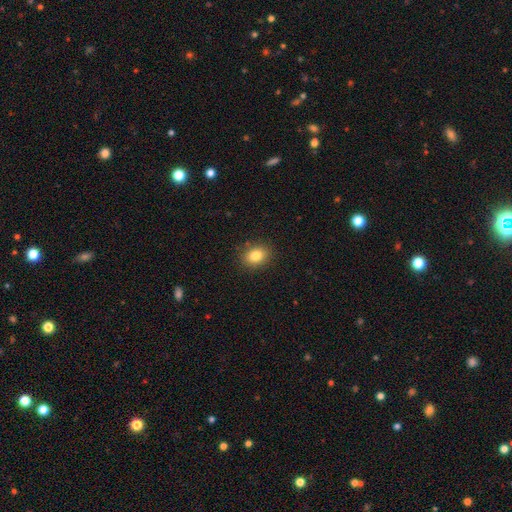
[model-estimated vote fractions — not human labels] A smooth galaxy with no disk features (83%) that is in between round and cigar-shaped (65%).

Vote fractions:
- Smooth or featured? smooth: 83% / star or artifact: 10% / featured or disk: 7%
- How rounded? in between: 65% / round: 34% / cigar-shaped: 1%
- Merging? none: 87% / minor disturbance: 9% / major disturbance: 2% / merger: 1%